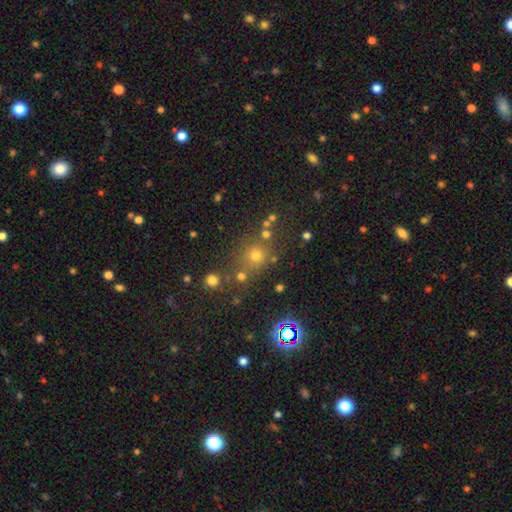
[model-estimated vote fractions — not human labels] smooth 57%, star or artifact 34%, featured or disk 9%. Down the decision tree: how rounded — round (87%); merging — none (72%).